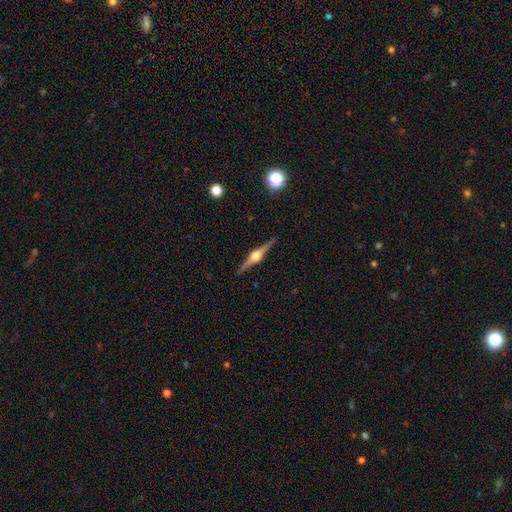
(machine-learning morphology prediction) smooth_or_featured: featured or disk (p=0.87) [alt: smooth p=0.08]
disk_edge_on: yes (p=0.98) [alt: no p=0.02]
edge_on_bulge: rounded (p=0.94) [alt: boxy p=0.04]
merging: none (p=0.92) [alt: minor disturbance p=0.06]